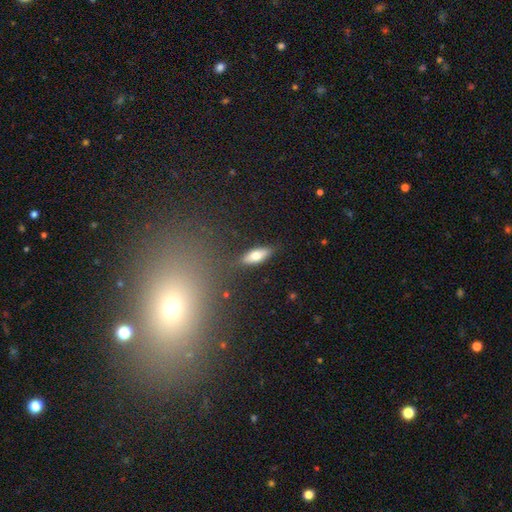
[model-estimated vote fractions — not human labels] This appears to be a smooth galaxy with no disk features (69%) that is in between round and cigar-shaped (64%). Merging: none (83%).